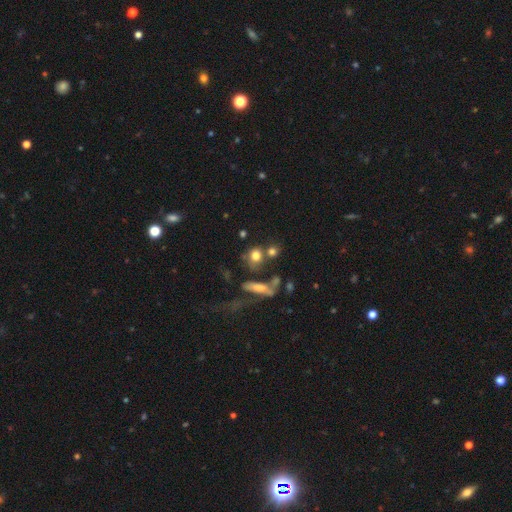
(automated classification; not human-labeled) Morphology: type=smooth (73%); roundness=round (73%); merging=none (49%).